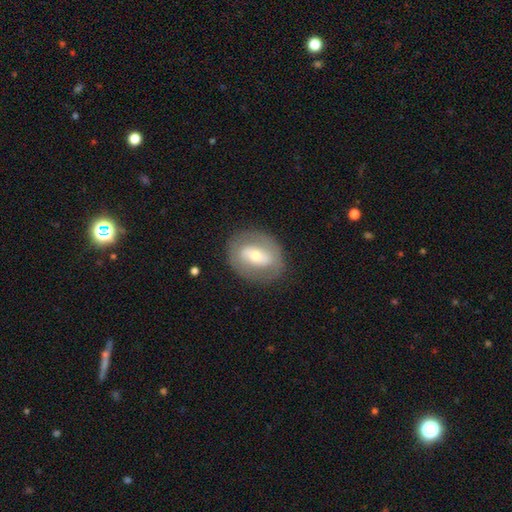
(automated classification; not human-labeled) This is possibly a featured or disk galaxy (57%). It is clearly not viewed edge-on (92%). Bar: marginally strong (37%). Spiral arm pattern: likely no (63%). Central bulge: possibly moderate (58%). Merging: clearly none (82%).